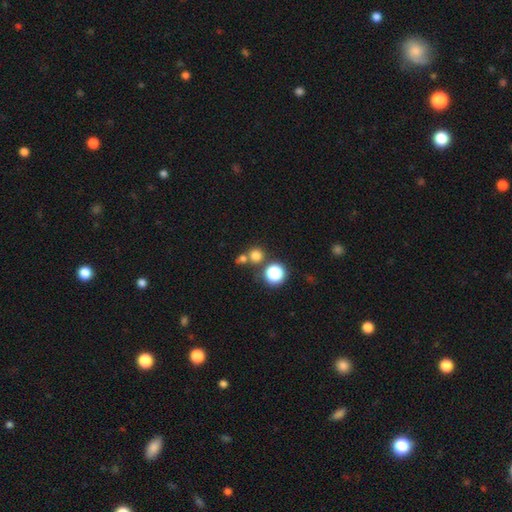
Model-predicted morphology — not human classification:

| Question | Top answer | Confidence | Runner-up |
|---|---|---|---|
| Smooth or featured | smooth | 71% | star or artifact (21%) |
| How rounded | round | 90% | in between (9%) |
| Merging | none | 64% | merger (26%) |